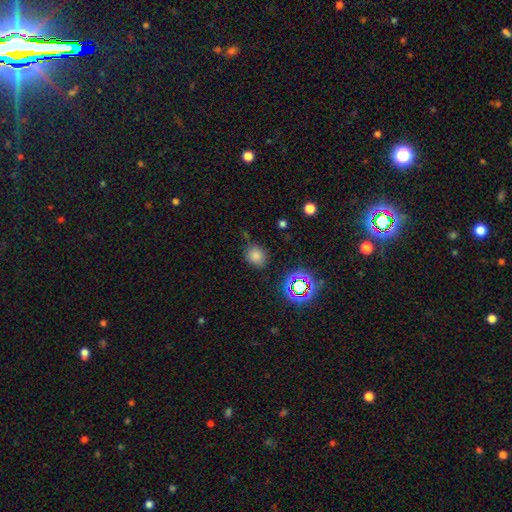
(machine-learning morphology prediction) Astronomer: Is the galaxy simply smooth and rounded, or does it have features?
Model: smooth — 74%.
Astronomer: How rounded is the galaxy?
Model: round — 75%.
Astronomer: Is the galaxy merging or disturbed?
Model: none — 75%.